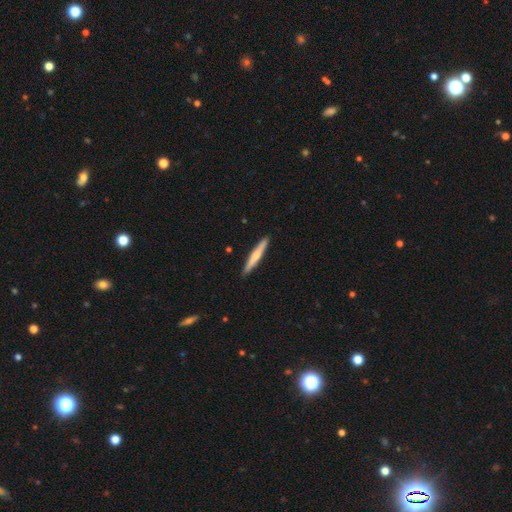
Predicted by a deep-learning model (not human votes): This is possibly a smooth galaxy (55%). How rounded: clearly cigar-shaped (95%). Merging: clearly none (91%).